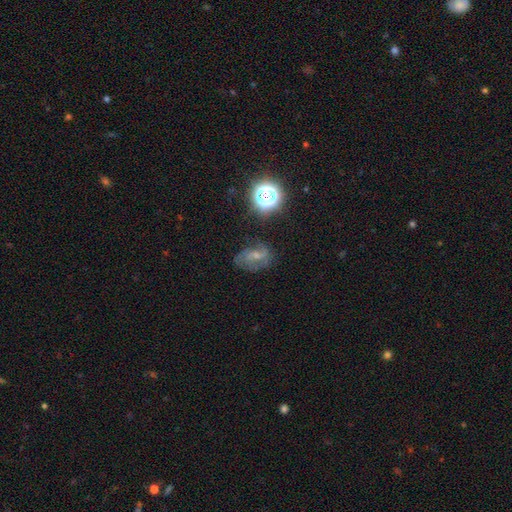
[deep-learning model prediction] Overall: featured or disk (51%; smooth 28%). Edge-on disk: no (96%). Merging: none (55%; minor disturbance 24%).